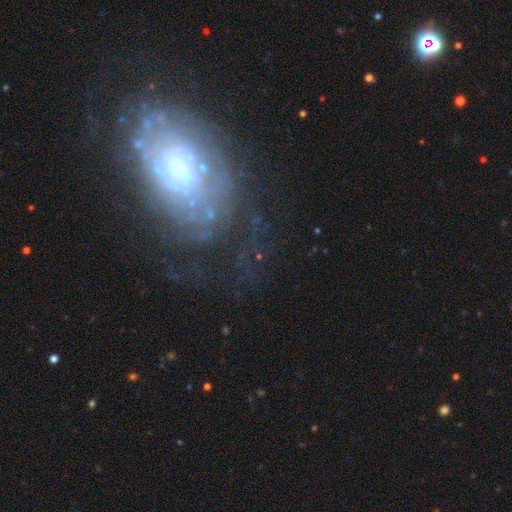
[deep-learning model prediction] Smooth or featured? Predicted: featured or disk (p=0.75). Edge-on disk? Predicted: no (p=0.95). Bar? Predicted: no (p=0.75). Spiral arms? Predicted: yes (p=0.87). Spiral winding? Predicted: tight (p=0.73). Spiral arm count? Predicted: can't tell (p=0.54). Bulge size? Predicted: small (p=0.71). Merging? Predicted: none (p=0.66).